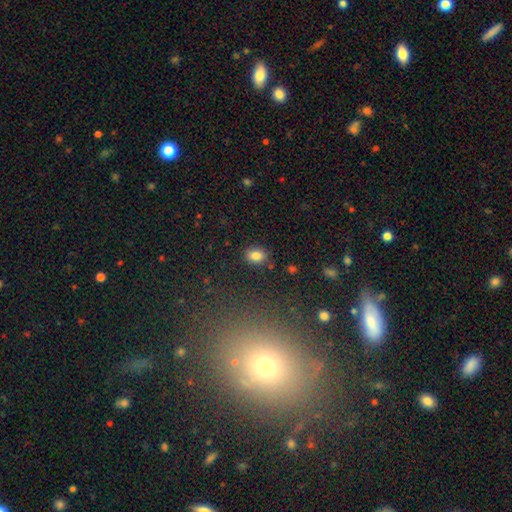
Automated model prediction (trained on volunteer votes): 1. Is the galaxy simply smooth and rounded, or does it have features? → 83% smooth, 10% star or artifact, 7% featured or disk.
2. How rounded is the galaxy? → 66% in between, 33% round, 1% cigar-shaped.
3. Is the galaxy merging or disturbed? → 83% none, 12% minor disturbance, 3% major disturbance, 3% merger.